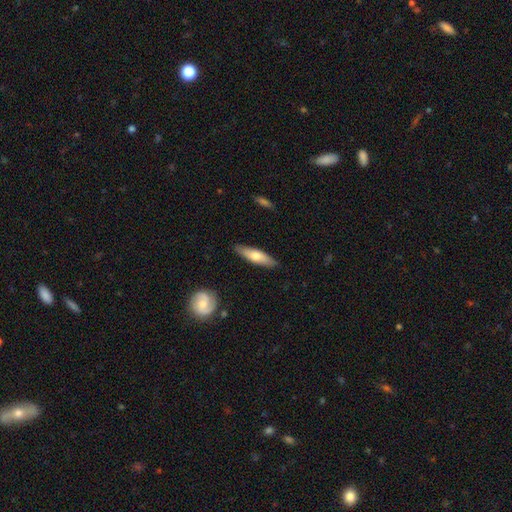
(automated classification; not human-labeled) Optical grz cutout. It shows a smooth galaxy with no disk features (62%) that is cigar-shaped (64%). Merging: none (87%).